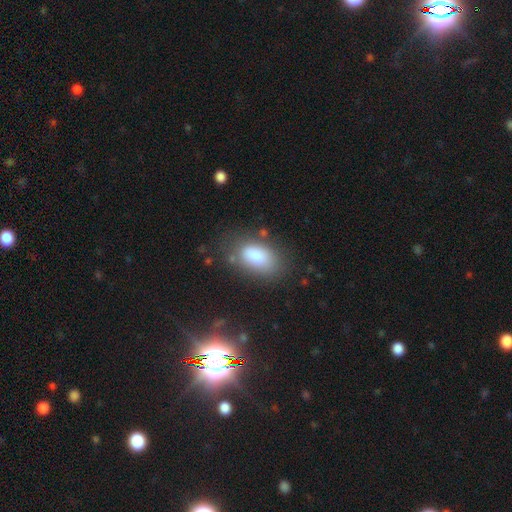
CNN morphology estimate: A smooth galaxy with no disk features (81%) that is in between round and cigar-shaped (91%). Merging: none (71%).